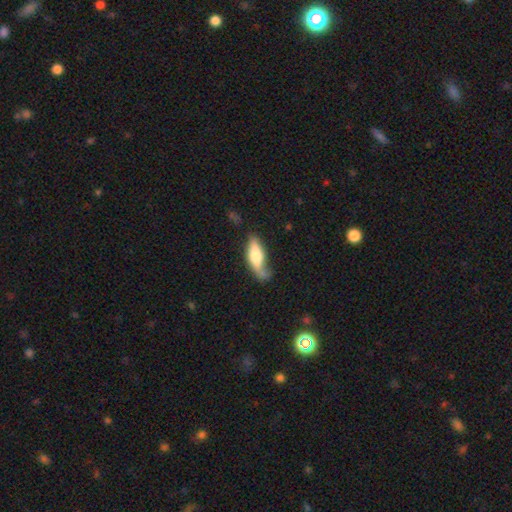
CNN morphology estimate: Overall: smooth (57%; featured or disk 37%). How rounded: in between (60%; cigar-shaped 37%). Merging: none (42%; minor disturbance 31%).